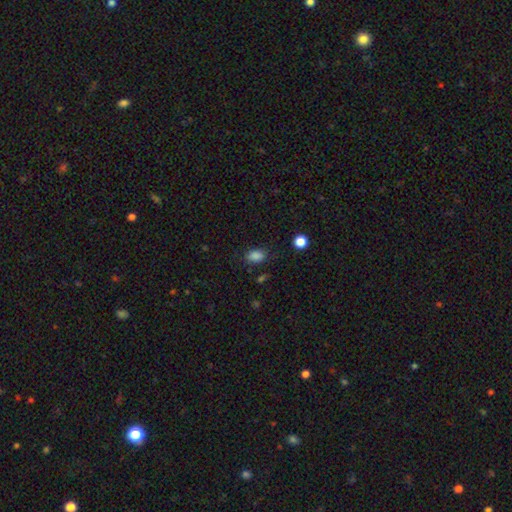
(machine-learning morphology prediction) type=smooth (85%); roundness=in between (81%); merging=none (79%).